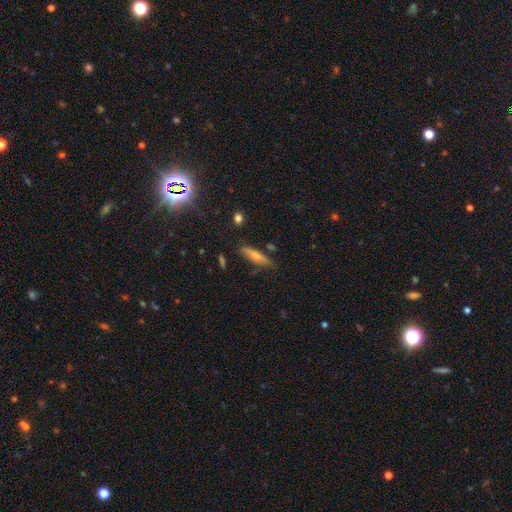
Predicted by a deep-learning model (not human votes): Smooth or featured?
  - smooth: 66% *
  - featured or disk: 26%
  - star or artifact: 8%
How rounded?
  - cigar-shaped: 75% *
  - in between: 23%
  - round: 2%
Merging?
  - none: 73% *
  - minor disturbance: 19%
  - major disturbance: 4%
  - merger: 4%